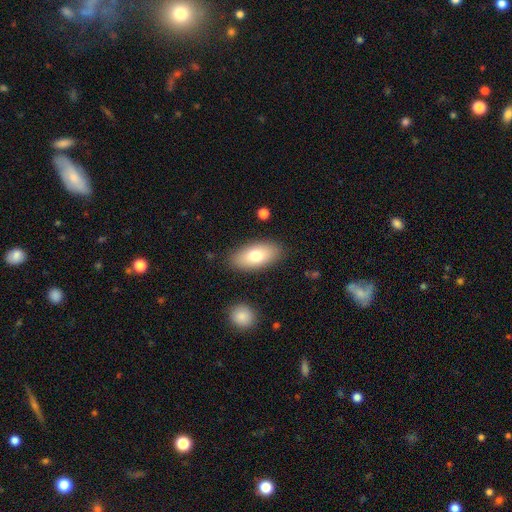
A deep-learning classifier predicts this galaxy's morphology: Overall: smooth (75%). How rounded: in between (91%). Merging: none (87%).